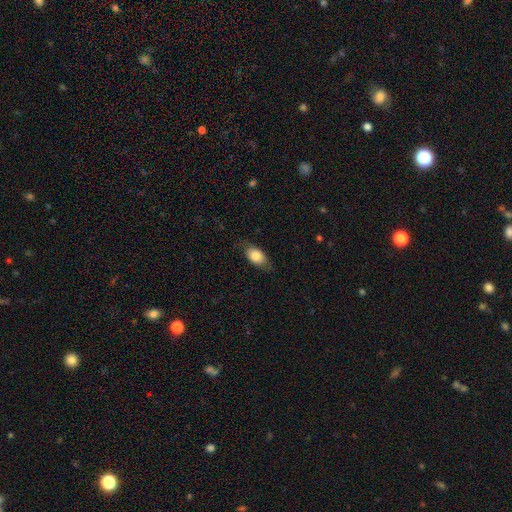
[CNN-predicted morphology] A smooth galaxy with no disk features (80%) that is in between round and cigar-shaped (87%).

Vote fractions:
- Smooth or featured? smooth: 80% / featured or disk: 13% / star or artifact: 7%
- How rounded? in between: 87% / round: 9% / cigar-shaped: 4%
- Merging? none: 74% / minor disturbance: 20% / major disturbance: 5% / merger: 1%